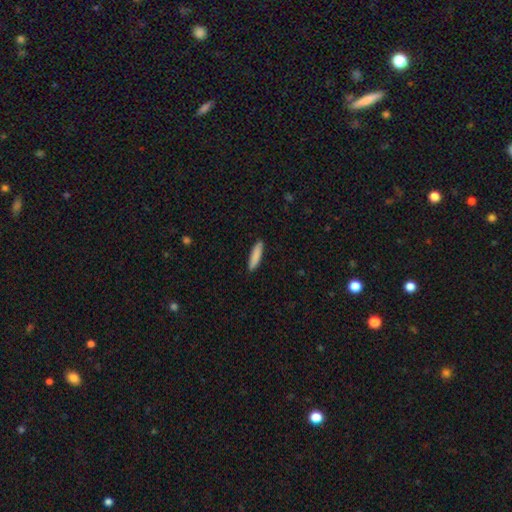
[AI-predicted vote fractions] smooth 87%, featured or disk 7%, star or artifact 6%. Down the decision tree: how rounded — cigar-shaped (77%); merging — none (89%).